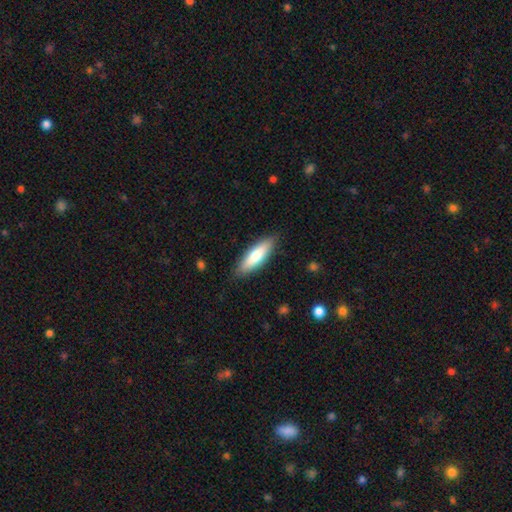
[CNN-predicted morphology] smooth-or-featured: smooth: 73% | featured or disk: 22% | star or artifact: 5%
  how-rounded: cigar-shaped: 55% | in between: 43% | round: 1%
  merging: none: 86% | minor disturbance: 10% | major disturbance: 2% | merger: 1%